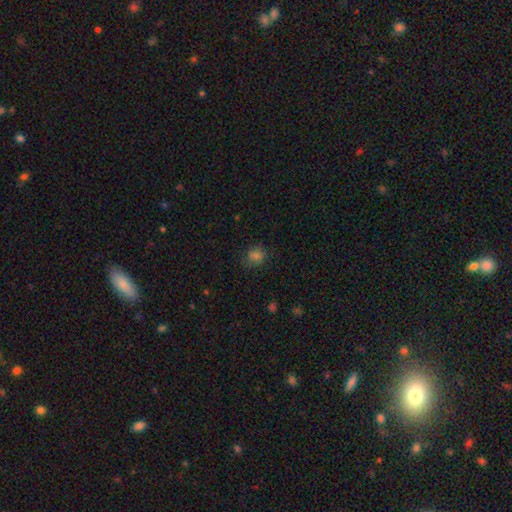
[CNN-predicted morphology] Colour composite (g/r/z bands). It shows a smooth galaxy with no disk features (75%) that is round (72%). Merging: none (77%).